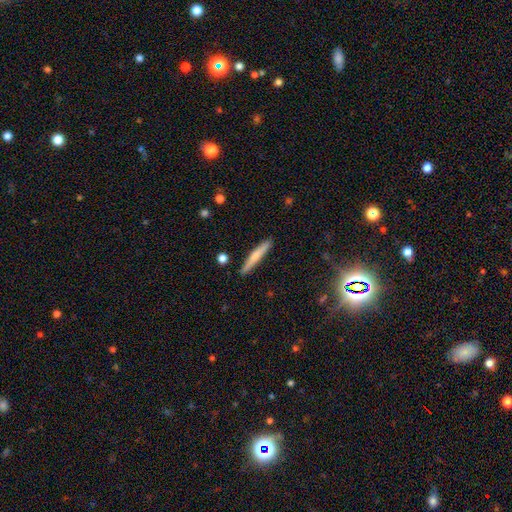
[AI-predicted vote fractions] Smooth or featured: smooth — 57% (featured or disk — 37%)
How rounded: cigar-shaped — 94% (in between — 4%)
Merging: none — 90% (minor disturbance — 7%)